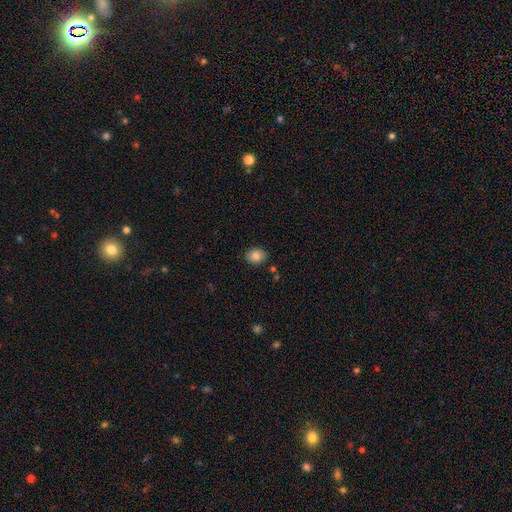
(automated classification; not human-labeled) Overall: smooth (84%). How rounded: round (51%; in between 48%). Merging: none (85%).